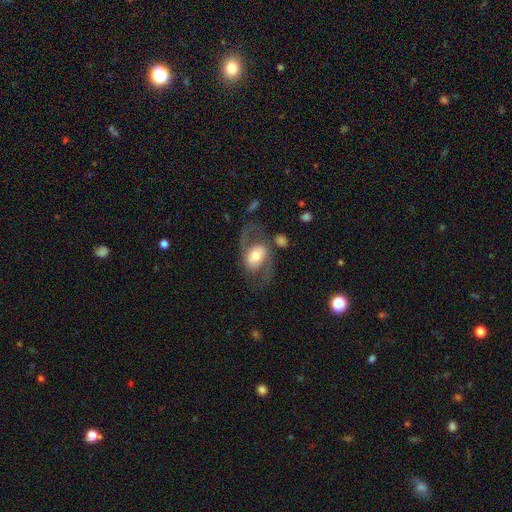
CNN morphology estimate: Smooth or featured?
  - featured or disk: 67% *
  - smooth: 26%
  - star or artifact: 6%
Edge-on disk?
  - no: 94% *
  - yes: 6%
Bar?
  - no: 45% *
  - weak: 37%
  - strong: 18%
Spiral arms?
  - yes: 78% *
  - no: 22%
Bulge size?
  - moderate: 61% *
  - large: 22%
  - small: 13%
  - dominant: 3%
  - none: 1%
Merging?
  - none: 56% *
  - major disturbance: 21%
  - minor disturbance: 17%
  - merger: 6%